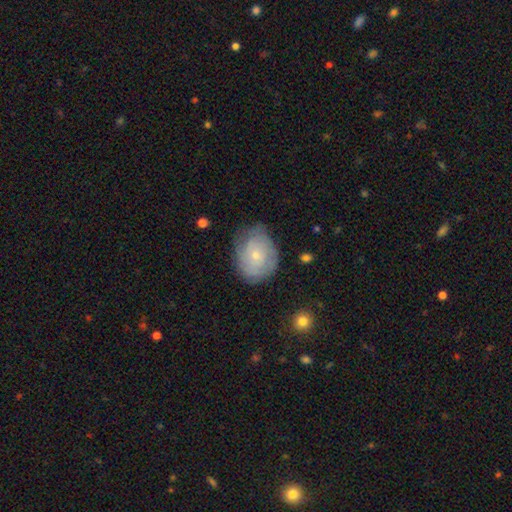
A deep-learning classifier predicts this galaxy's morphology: Smooth or featured: smooth — 49% (featured or disk — 44%)
Merging: none — 60% (minor disturbance — 29%)